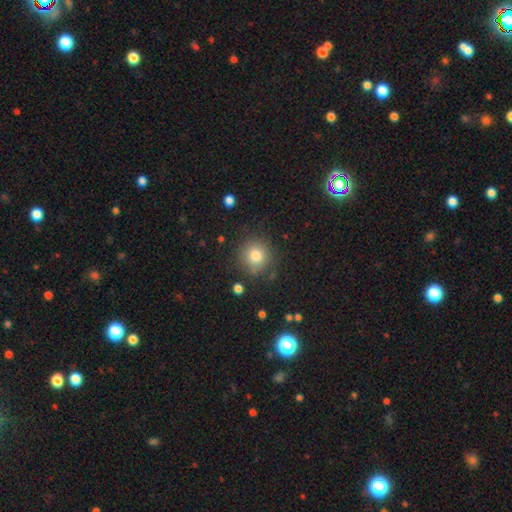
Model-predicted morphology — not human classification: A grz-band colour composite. It shows a smooth galaxy with no disk features (79%) that is round (92%). Merging: none (83%).